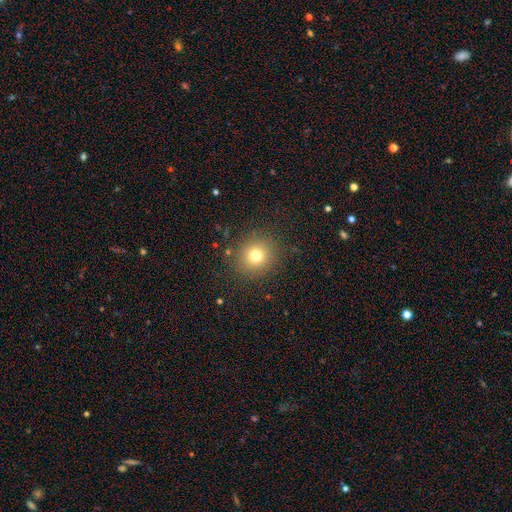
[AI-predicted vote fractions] smooth 75%, star or artifact 15%, featured or disk 10%. Down the decision tree: how rounded — round (88%); merging — none (88%).